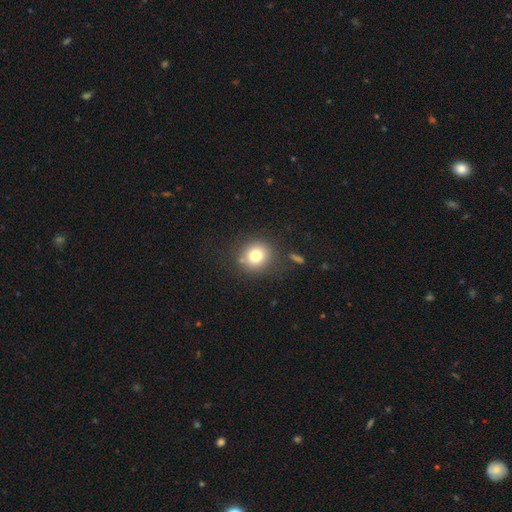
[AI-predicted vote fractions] Smooth or featured: smooth — 77% (star or artifact — 12%)
How rounded: round — 88% (in between — 11%)
Merging: none — 82% (minor disturbance — 10%)